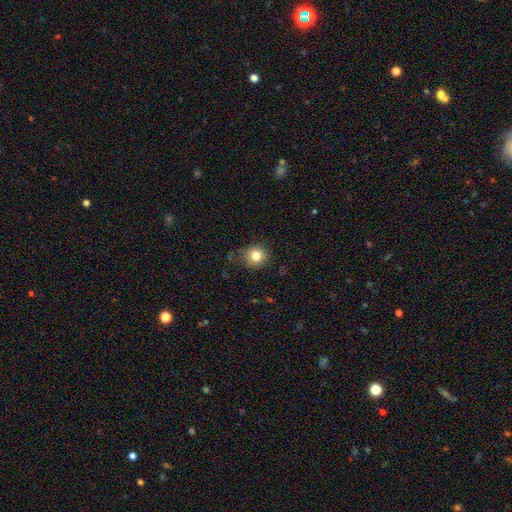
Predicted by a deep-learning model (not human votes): smooth_or_featured: smooth (p=0.81) [alt: star or artifact p=0.12]
how_rounded: round (p=0.85) [alt: in between p=0.14]
merging: none (p=0.76) [alt: minor disturbance p=0.18]